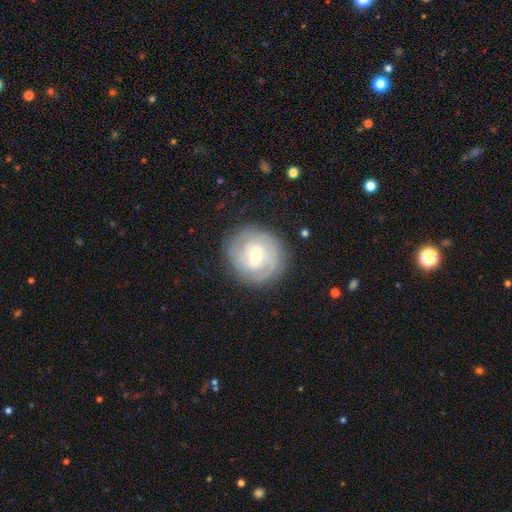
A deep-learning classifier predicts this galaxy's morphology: This is likely a featured or disk galaxy (71%). It is clearly not viewed edge-on (97%). Bar: possibly weak (49%). Spiral arm pattern: clearly yes (85%). Spiral arm count: marginally can't tell (39%). Spiral winding: likely tight (71%). Central bulge: possibly moderate (53%). Merging: clearly none (83%).